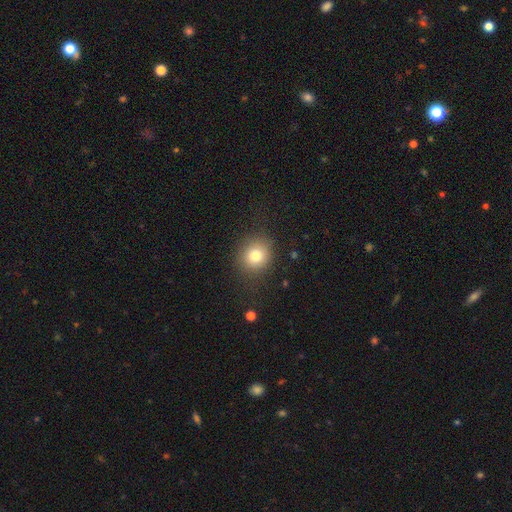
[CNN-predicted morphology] Q: Smooth or featured?
A: smooth (78%); runner-up: star or artifact (12%)
Q: How rounded?
A: round (80%); runner-up: in between (19%)
Q: Merging?
A: none (83%); runner-up: minor disturbance (11%)